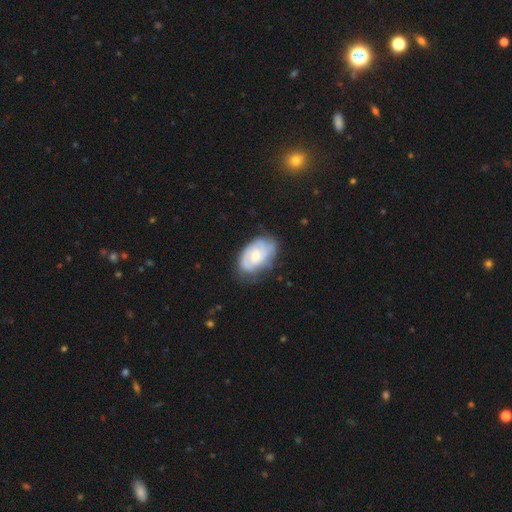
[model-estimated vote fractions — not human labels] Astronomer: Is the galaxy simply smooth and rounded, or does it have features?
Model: featured or disk — 70%.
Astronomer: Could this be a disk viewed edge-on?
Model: no — 96%.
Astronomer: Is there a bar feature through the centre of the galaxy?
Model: no — 68%.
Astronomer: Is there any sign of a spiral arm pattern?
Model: yes — 85%.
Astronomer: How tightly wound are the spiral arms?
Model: tight — 63%.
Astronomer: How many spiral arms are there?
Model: can't tell — 39%, tied with 2 at 39%.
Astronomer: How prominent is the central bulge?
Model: moderate — 52% (runner-up: small, 42%).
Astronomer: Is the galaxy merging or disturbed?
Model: none — 68%.